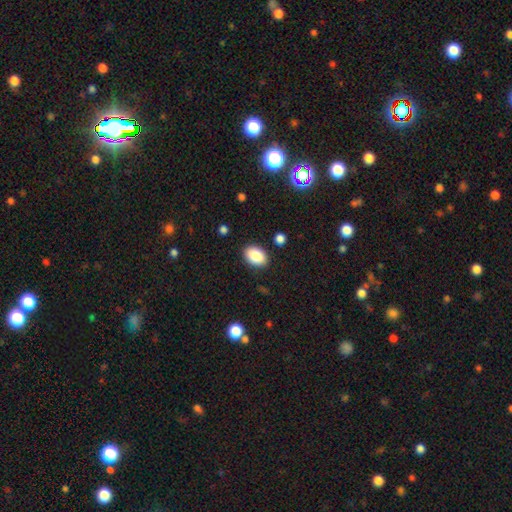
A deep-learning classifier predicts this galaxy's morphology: Smooth or featured? Predicted: smooth (p=0.88). How rounded? Predicted: in between (p=0.84). Merging? Predicted: none (p=0.87).